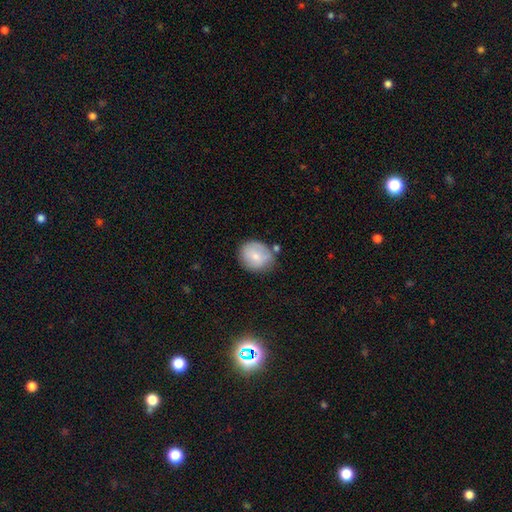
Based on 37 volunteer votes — smooth_or_featured: smooth (p=0.84) [alt: featured or disk p=0.11]
how_rounded: round (p=0.71) [alt: in between p=0.29]
merging: none (p=0.60) [alt: minor disturbance p=0.17]